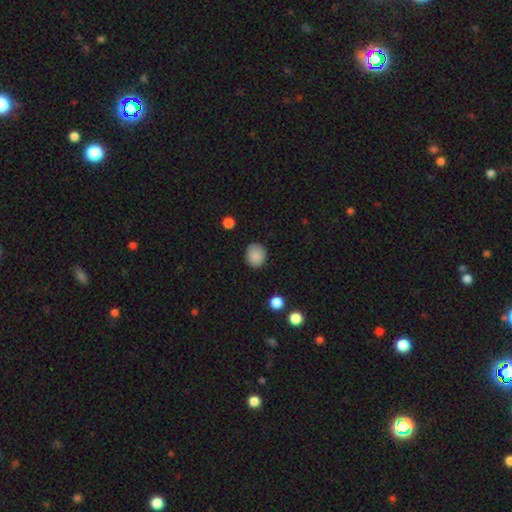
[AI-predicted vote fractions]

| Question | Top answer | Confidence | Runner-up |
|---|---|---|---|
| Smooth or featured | smooth | 88% | star or artifact (9%) |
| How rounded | round | 79% | in between (20%) |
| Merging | none | 86% | minor disturbance (11%) |